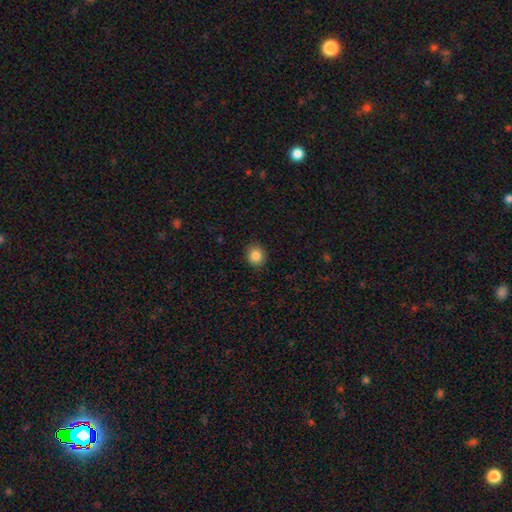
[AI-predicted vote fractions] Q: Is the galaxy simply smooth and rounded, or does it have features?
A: smooth — 85%.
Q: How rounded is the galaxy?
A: round — 78%.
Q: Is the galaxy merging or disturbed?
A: none — 90%.